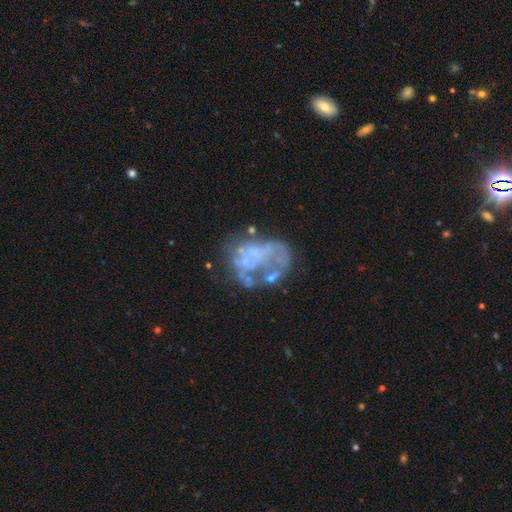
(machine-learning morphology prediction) Smooth or featured? Predicted: featured or disk (p=0.69). Edge-on disk? Predicted: no (p=0.98). Bar? Predicted: no (p=0.92). Spiral arms? Predicted: no (p=0.86). Bulge size? Predicted: none (p=0.77). Merging? Predicted: none (p=0.35).